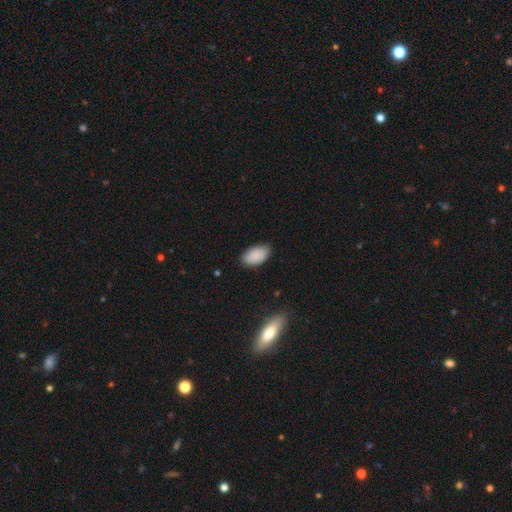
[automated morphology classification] type=smooth (90%); roundness=in between (95%); merging=none (83%).